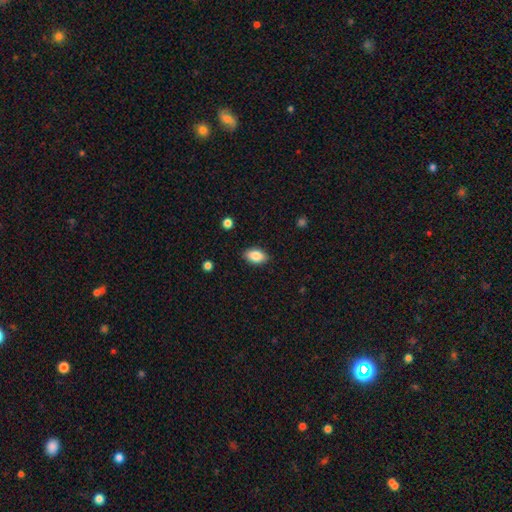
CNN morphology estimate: Smooth or featured? Predicted: smooth (p=0.86). How rounded? Predicted: in between (p=0.92). Merging? Predicted: none (p=0.88).